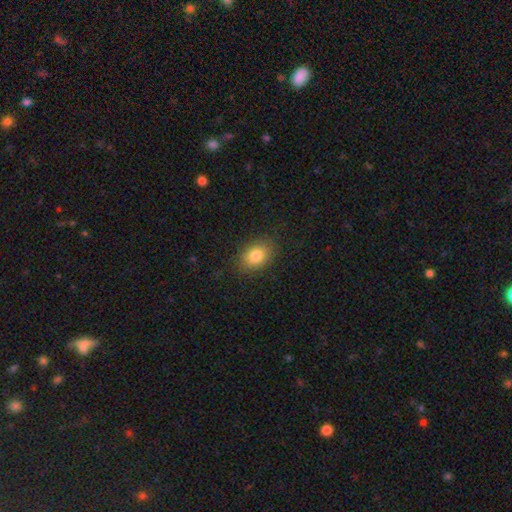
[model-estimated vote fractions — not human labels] This is clearly a smooth galaxy (82%). How rounded: likely in between (75%). Merging: clearly none (85%).